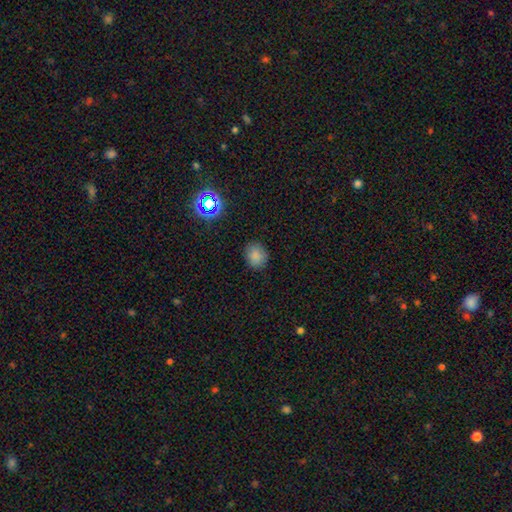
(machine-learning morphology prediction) Smooth or featured? smooth (81%)
How rounded? round (64%)
Merging? none (86%)